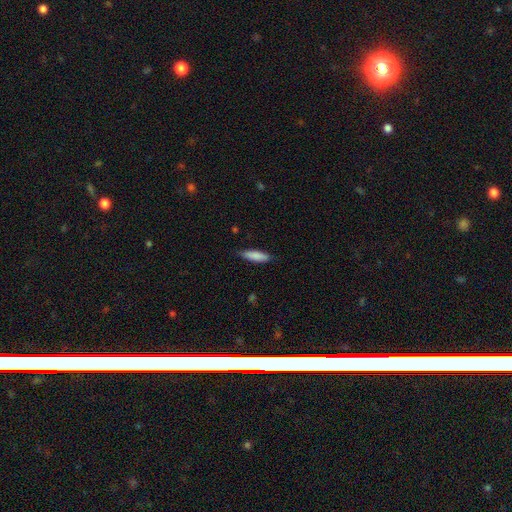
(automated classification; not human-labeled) smooth_or_featured: smooth (p=0.86) [alt: featured or disk p=0.09]
how_rounded: cigar-shaped (p=0.63) [alt: in between p=0.36]
merging: none (p=0.84) [alt: minor disturbance p=0.13]